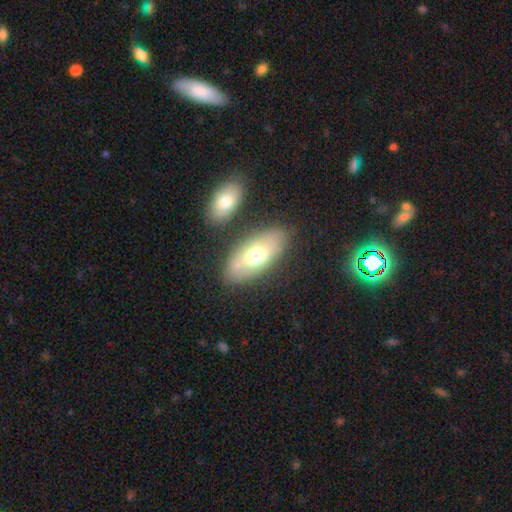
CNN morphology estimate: smooth 62%, featured or disk 30%, star or artifact 8%. Down the decision tree: how rounded — in between (89%); merging — none (73%).